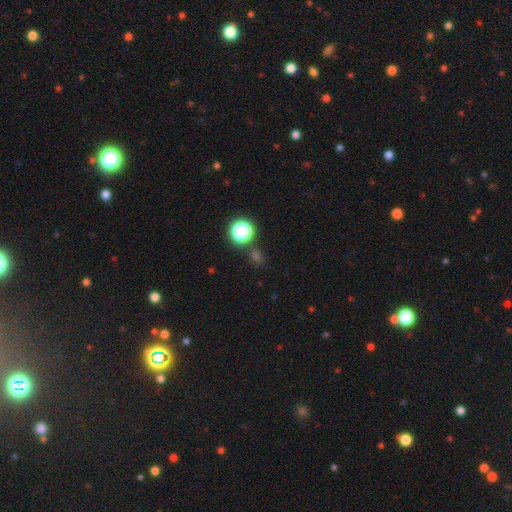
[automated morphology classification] This is possibly a star or artifact rather than a galaxy (51%).